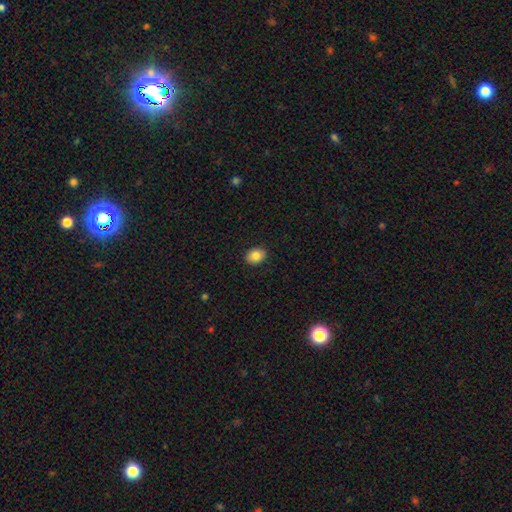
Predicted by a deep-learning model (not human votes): Smooth or featured: smooth — 84% (star or artifact — 8%)
How rounded: in between — 59% (round — 41%)
Merging: none — 91% (minor disturbance — 7%)